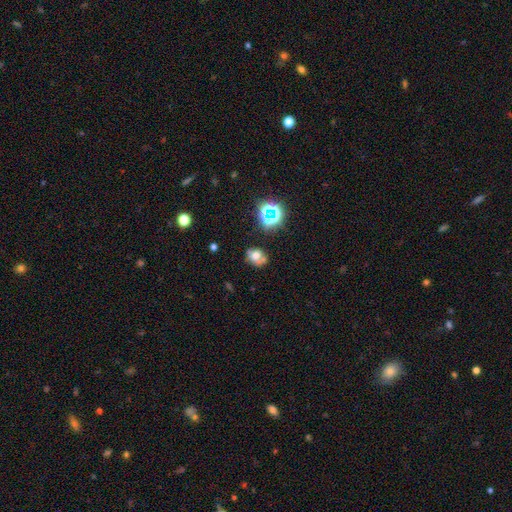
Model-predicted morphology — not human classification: smooth-or-featured: smooth: 57% | featured or disk: 23% | star or artifact: 20%
  how-rounded: in between: 51% | round: 48% | cigar-shaped: 1%
  merging: none: 47% | minor disturbance: 24% | merger: 17% | major disturbance: 12%